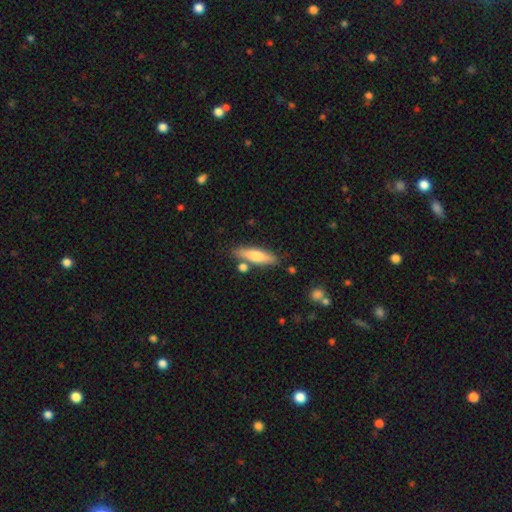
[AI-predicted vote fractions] The model was most divided on "smooth or featured": smooth: 68%, featured or disk: 26%, star or artifact: 6%. More confident: merging — none (78%); how rounded — cigar-shaped (70%).